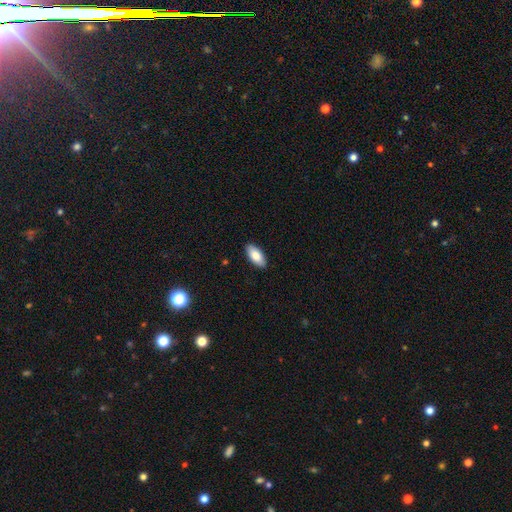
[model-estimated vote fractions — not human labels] This appears to be a smooth galaxy with no disk features (84%) that is in between round and cigar-shaped (91%). Merging: none (90%).